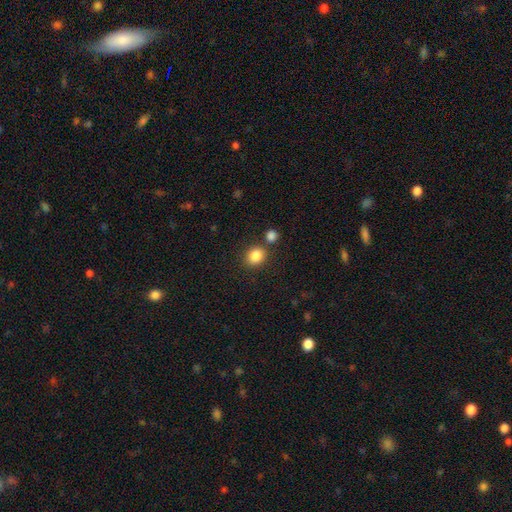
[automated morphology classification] Smooth or featured? Predicted: smooth (p=0.86). How rounded? Predicted: round (p=0.59). Merging? Predicted: none (p=0.74).